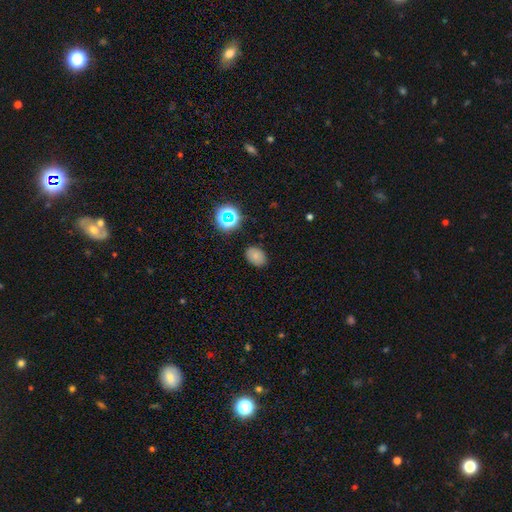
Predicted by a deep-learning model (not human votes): Smooth or featured: smooth — 75% (star or artifact — 16%)
How rounded: in between — 74% (round — 25%)
Merging: none — 85% (minor disturbance — 11%)